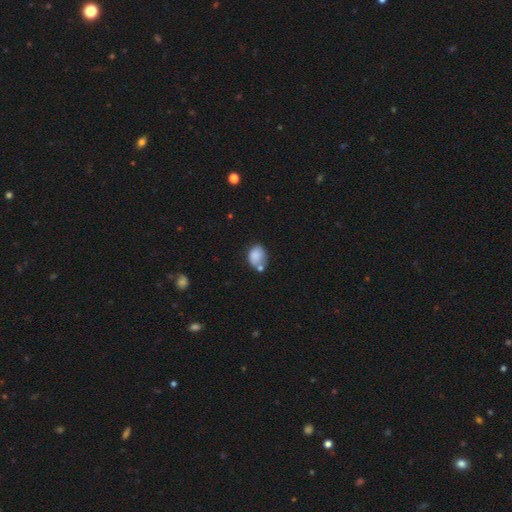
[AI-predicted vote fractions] Overall: smooth (83%). How rounded: in between (62%; round 37%). Merging: none (49%; minor disturbance 23%).